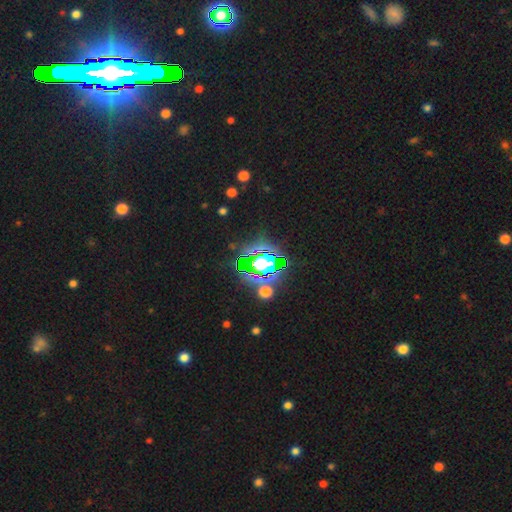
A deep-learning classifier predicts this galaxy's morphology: smooth-or-featured: star or artifact: 70% | smooth: 16% | featured or disk: 14%